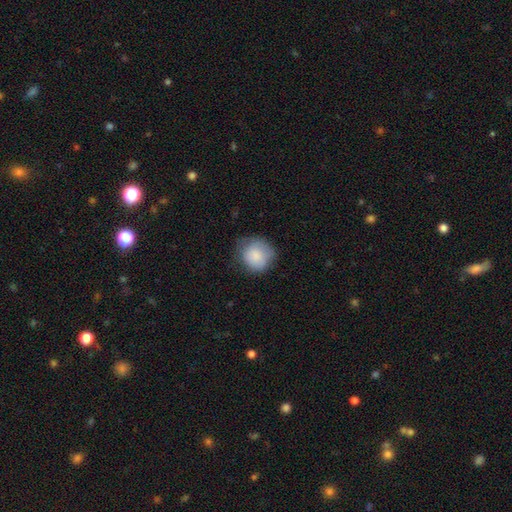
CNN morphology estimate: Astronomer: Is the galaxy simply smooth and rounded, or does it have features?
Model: smooth — 83%.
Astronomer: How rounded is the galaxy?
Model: round — 86%.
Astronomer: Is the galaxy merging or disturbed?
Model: none — 58%.